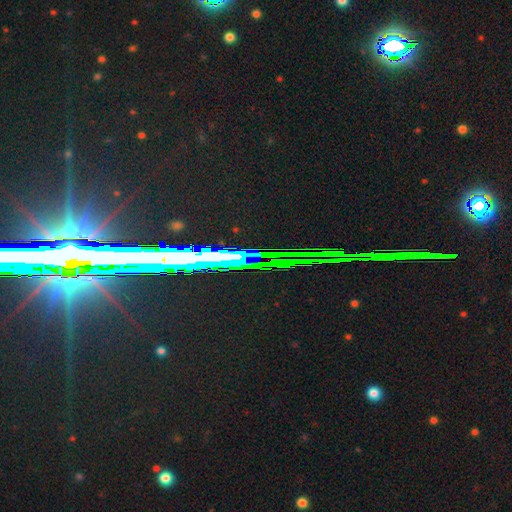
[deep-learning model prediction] A star or artifact, not a galaxy (73%).

Vote fractions:
- Smooth or featured? star or artifact: 73% / featured or disk: 15% / smooth: 12%